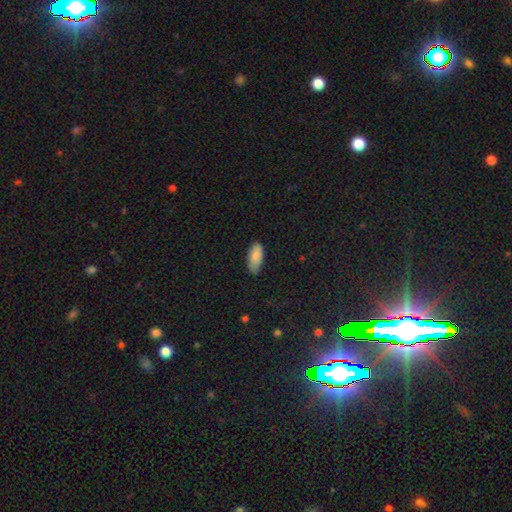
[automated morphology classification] A smooth galaxy with no disk features (86%) that is in between round and cigar-shaped (89%). Merging: none (76%).